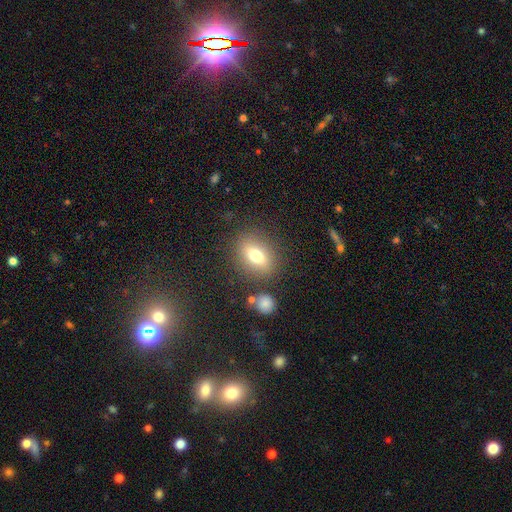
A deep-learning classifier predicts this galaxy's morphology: This appears to be a smooth galaxy with no disk features (72%) that is in between round and cigar-shaped (66%). Merging: none (81%).